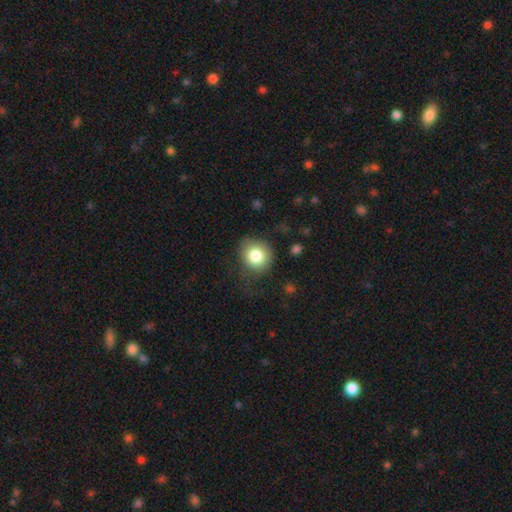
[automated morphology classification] smooth_or_featured: smooth (p=0.81) [alt: star or artifact p=0.10]
how_rounded: round (p=0.83) [alt: in between p=0.16]
merging: none (p=0.69) [alt: minor disturbance p=0.20]